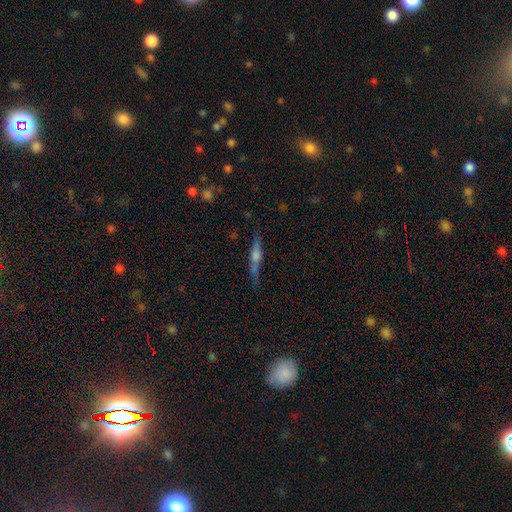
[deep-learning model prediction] smooth-or-featured: featured or disk: 60% | smooth: 30% | star or artifact: 10%
  disk-edge-on: yes: 93% | no: 7%
    edge-on-bulge: rounded: 67% | boxy: 21% | none: 11%
  merging: none: 75% | minor disturbance: 16% | major disturbance: 5% | merger: 4%